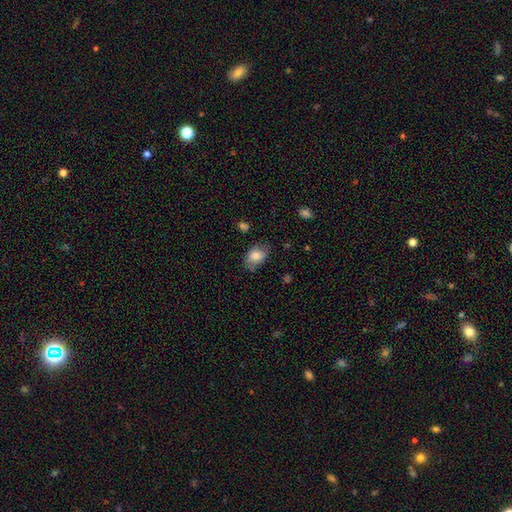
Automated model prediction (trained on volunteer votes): smooth-or-featured: smooth: 78% | featured or disk: 15% | star or artifact: 7%
  how-rounded: in between: 81% | round: 18% | cigar-shaped: 1%
  merging: none: 63% | minor disturbance: 27% | major disturbance: 8% | merger: 2%